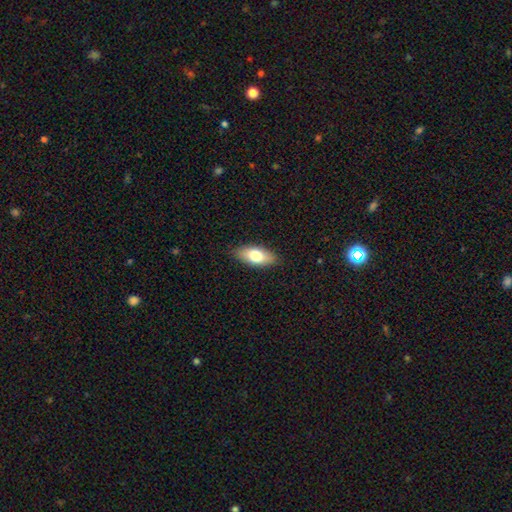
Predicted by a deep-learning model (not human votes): smooth_or_featured: smooth (p=0.74) [alt: featured or disk p=0.20]
how_rounded: in between (p=0.86) [alt: cigar-shaped p=0.11]
merging: none (p=0.88) [alt: minor disturbance p=0.09]